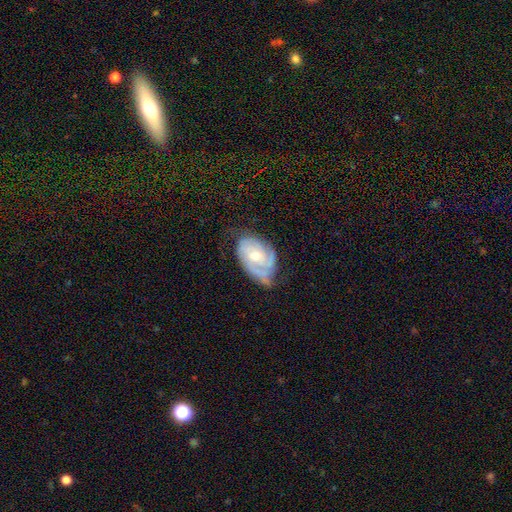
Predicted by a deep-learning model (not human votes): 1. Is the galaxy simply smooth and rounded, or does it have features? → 79% featured or disk, 15% smooth, 6% star or artifact.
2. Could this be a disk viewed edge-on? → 96% no, 4% yes.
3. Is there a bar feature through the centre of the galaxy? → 68% no, 26% weak, 6% strong.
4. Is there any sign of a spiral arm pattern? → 92% yes, 8% no.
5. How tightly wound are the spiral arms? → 65% tight, 27% medium, 8% loose.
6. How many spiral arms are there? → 34% 2, 29% can't tell, 21% 3, 8% 1, 4% 4, 3% more than 4.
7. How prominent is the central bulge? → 56% moderate, 40% small, 2% large, 1% none, 1% dominant.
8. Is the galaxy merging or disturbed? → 54% none, 31% minor disturbance, 13% major disturbance, 2% merger.